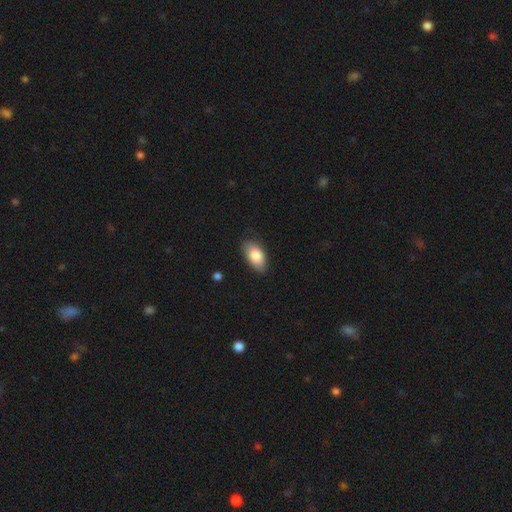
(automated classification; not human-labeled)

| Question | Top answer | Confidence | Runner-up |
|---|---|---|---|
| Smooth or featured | smooth | 82% | featured or disk (11%) |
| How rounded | in between | 93% | round (4%) |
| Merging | none | 81% | minor disturbance (16%) |